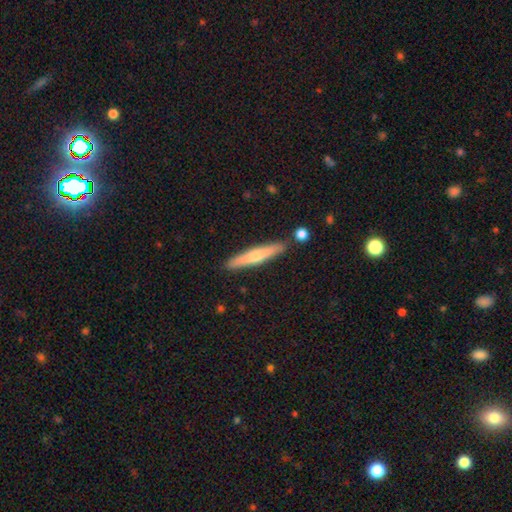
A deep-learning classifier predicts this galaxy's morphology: This appears to be a featured or disk galaxy (49%). Merging: none (88%).